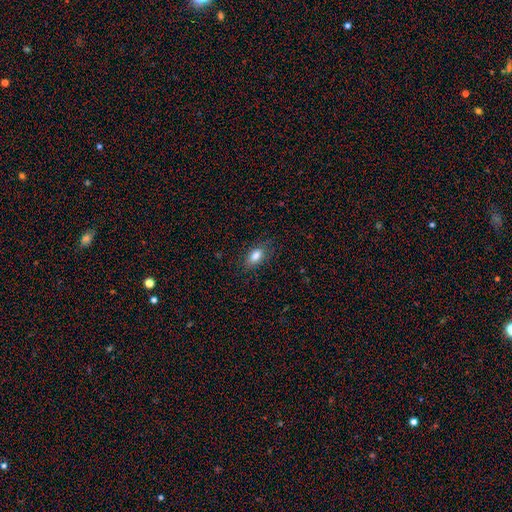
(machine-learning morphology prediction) Smooth or featured?
  - smooth: 85% *
  - star or artifact: 8%
  - featured or disk: 7%
How rounded?
  - in between: 90% *
  - round: 5%
  - cigar-shaped: 5%
Merging?
  - none: 82% *
  - minor disturbance: 13%
  - major disturbance: 4%
  - merger: 1%